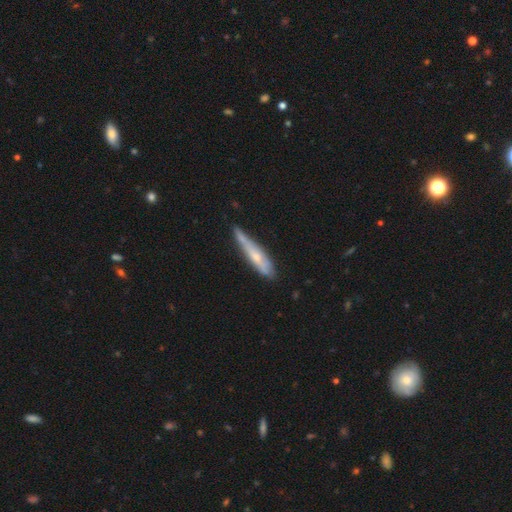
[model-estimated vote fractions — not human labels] Smooth or featured: featured or disk — 48% (smooth — 46%)
Merging: none — 60% (minor disturbance — 31%)